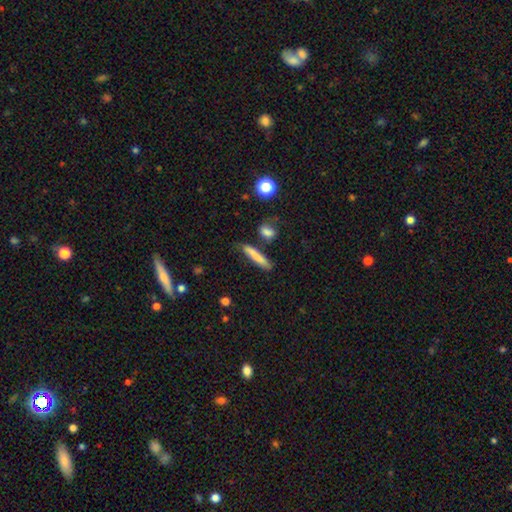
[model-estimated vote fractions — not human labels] smooth_or_featured: smooth (p=0.77) [alt: featured or disk p=0.16]
how_rounded: cigar-shaped (p=0.89) [alt: in between p=0.09]
merging: none (p=0.72) [alt: minor disturbance p=0.16]